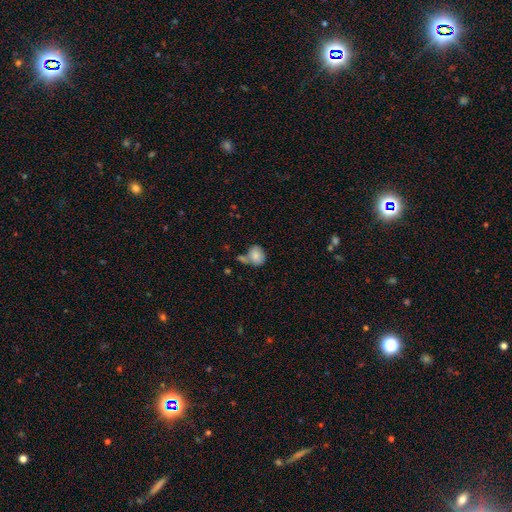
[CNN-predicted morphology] Smooth or featured?
  - smooth: 82% *
  - featured or disk: 10%
  - star or artifact: 8%
How rounded?
  - round: 58% *
  - in between: 41%
  - cigar-shaped: 1%
Merging?
  - none: 45% *
  - merger: 28%
  - minor disturbance: 19%
  - major disturbance: 8%